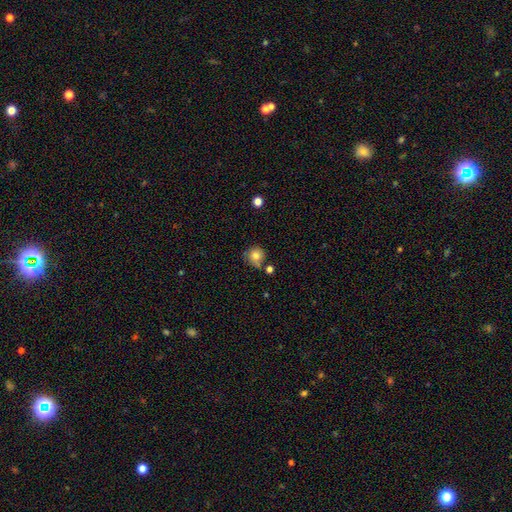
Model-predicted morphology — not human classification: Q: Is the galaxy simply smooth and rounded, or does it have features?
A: smooth — 80%.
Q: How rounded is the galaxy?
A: round — 90%.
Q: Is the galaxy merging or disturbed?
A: none — 66%.